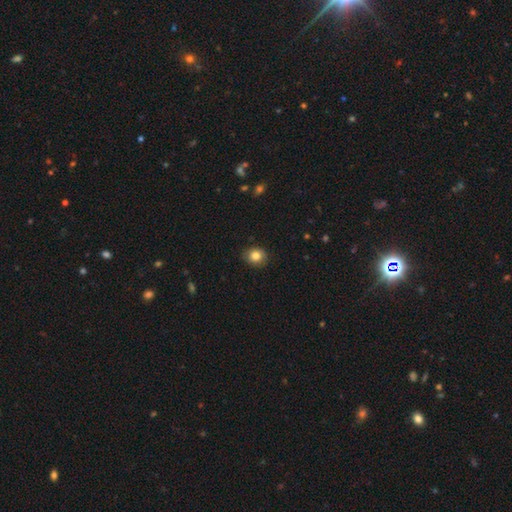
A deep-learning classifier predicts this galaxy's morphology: smooth_or_featured: smooth (p=0.83) [alt: star or artifact p=0.10]
how_rounded: round (p=0.68) [alt: in between p=0.31]
merging: none (p=0.86) [alt: minor disturbance p=0.11]